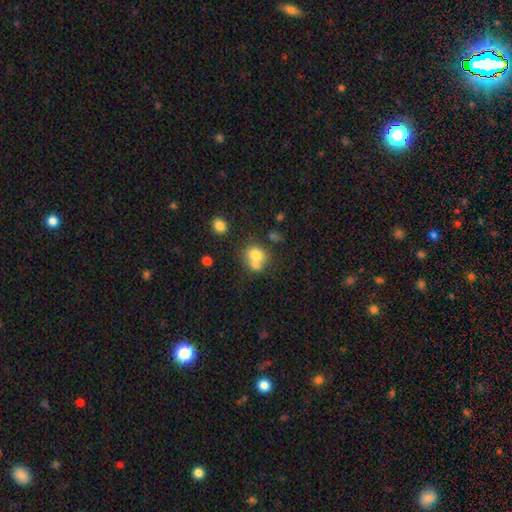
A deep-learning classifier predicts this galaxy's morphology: The model was most divided on "merging": merger: 54%, none: 31%, minor disturbance: 10%, major disturbance: 5%. More confident: smooth or featured — smooth (72%); how rounded — round (64%).